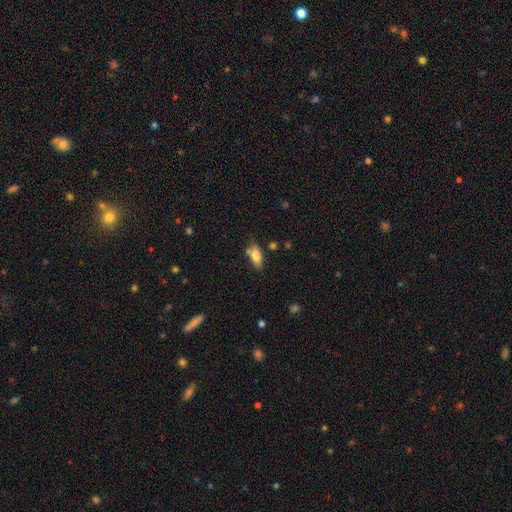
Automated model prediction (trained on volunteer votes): The model was most divided on "merging": none: 68%, minor disturbance: 17%, merger: 10%, major disturbance: 4%. More confident: how rounded — in between (78%); smooth or featured — smooth (75%).